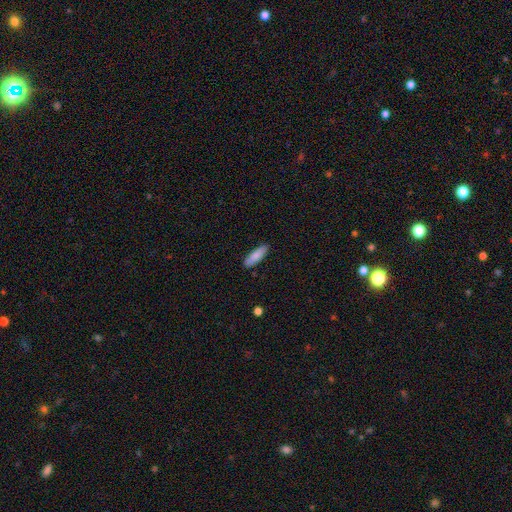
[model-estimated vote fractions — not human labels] smooth_or_featured: smooth (p=0.85) [alt: featured or disk p=0.09]
how_rounded: cigar-shaped (p=0.56) [alt: in between p=0.42]
merging: none (p=0.87) [alt: minor disturbance p=0.10]